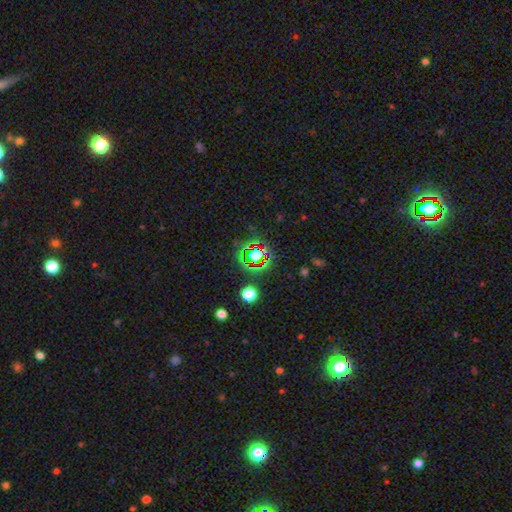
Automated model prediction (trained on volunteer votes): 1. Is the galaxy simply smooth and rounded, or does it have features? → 68% star or artifact, 22% smooth, 10% featured or disk.